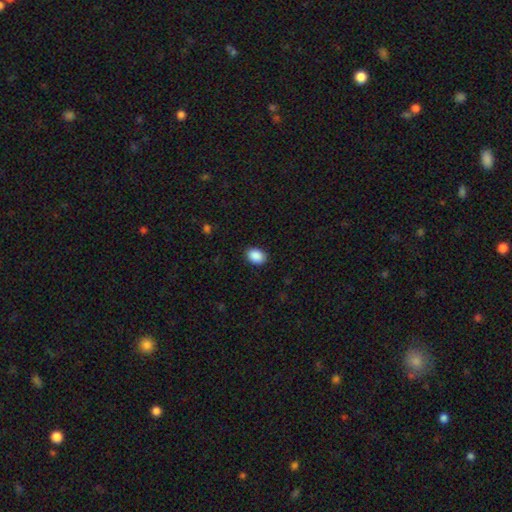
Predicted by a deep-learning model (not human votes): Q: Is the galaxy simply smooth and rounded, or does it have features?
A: smooth — 90%.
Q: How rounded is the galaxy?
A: in between — 74%.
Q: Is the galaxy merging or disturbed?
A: none — 89%.